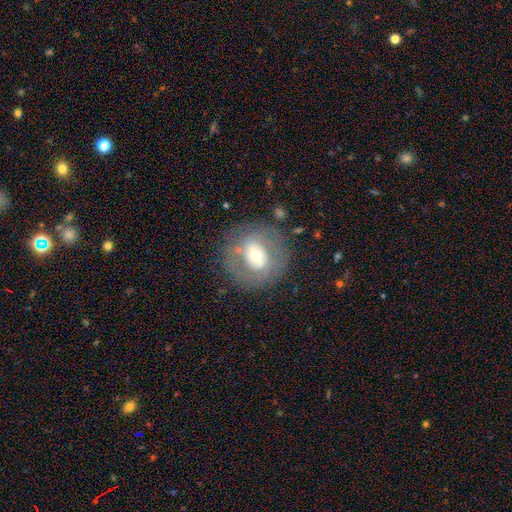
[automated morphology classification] featured or disk 53%, smooth 39%, star or artifact 9%. Down the decision tree: edge-on disk — no (95%); merging — none (77%).